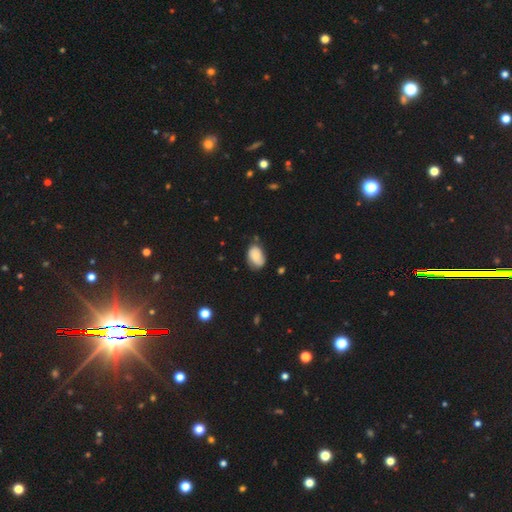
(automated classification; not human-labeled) The model was most divided on "merging": none: 64%, minor disturbance: 28%, major disturbance: 6%, merger: 2%. More confident: how rounded — in between (87%); smooth or featured — smooth (69%).